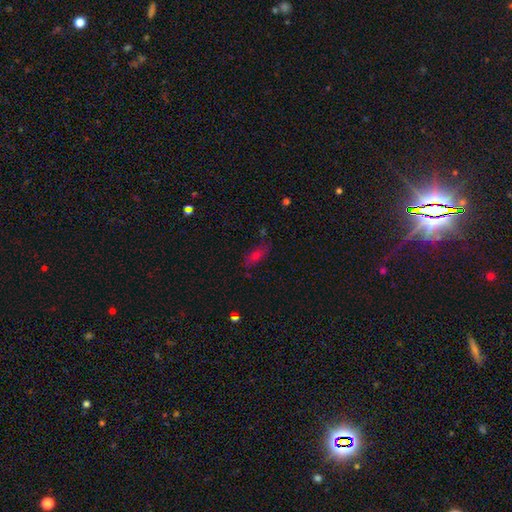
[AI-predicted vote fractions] Overall: smooth (47%; star or artifact 27%). Merging: none (73%).